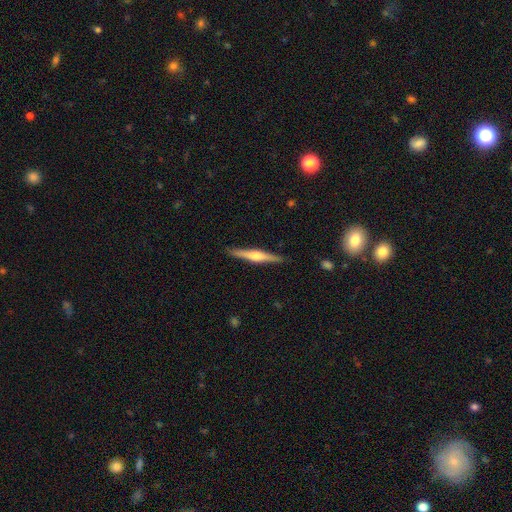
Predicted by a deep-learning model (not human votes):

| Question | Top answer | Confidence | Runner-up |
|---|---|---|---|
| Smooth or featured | featured or disk | 67% | smooth (27%) |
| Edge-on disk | yes | 98% | no (2%) |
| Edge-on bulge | rounded | 83% | boxy (11%) |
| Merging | none | 90% | minor disturbance (7%) |